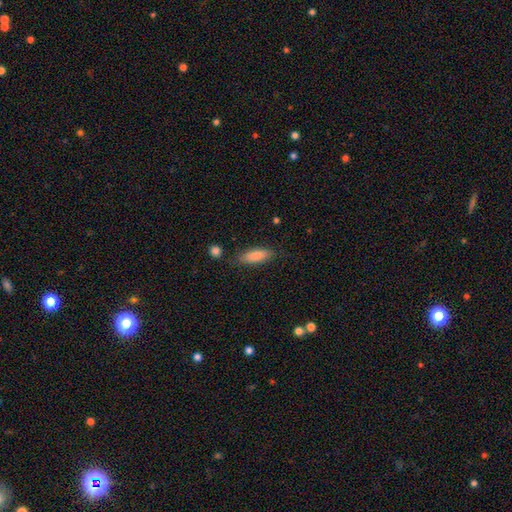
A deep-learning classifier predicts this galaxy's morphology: The model was most divided on "how rounded": in between: 67%, cigar-shaped: 31%, round: 2%. More confident: smooth or featured — smooth (87%); merging — none (77%).